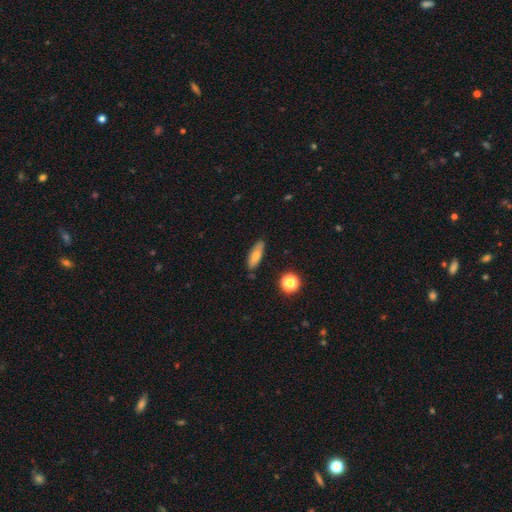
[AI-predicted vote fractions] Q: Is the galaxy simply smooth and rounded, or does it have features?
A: smooth — 72%.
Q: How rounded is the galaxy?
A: in between — 54%.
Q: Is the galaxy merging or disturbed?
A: none — 83%.